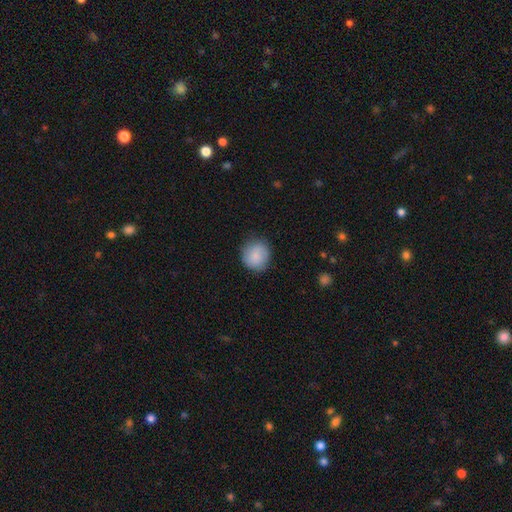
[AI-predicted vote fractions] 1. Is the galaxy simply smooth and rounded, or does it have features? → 85% smooth, 9% featured or disk, 7% star or artifact.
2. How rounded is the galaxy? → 84% round, 15% in between, 1% cigar-shaped.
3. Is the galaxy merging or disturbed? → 83% none, 13% minor disturbance, 3% major disturbance, 1% merger.